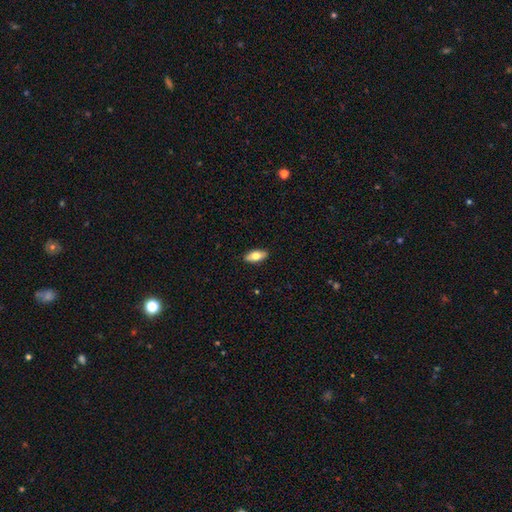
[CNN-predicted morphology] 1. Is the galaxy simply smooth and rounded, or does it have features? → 73% smooth, 21% featured or disk, 6% star or artifact.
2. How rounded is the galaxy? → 87% in between, 9% cigar-shaped, 3% round.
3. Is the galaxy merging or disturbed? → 90% none, 8% minor disturbance, 2% major disturbance, 1% merger.